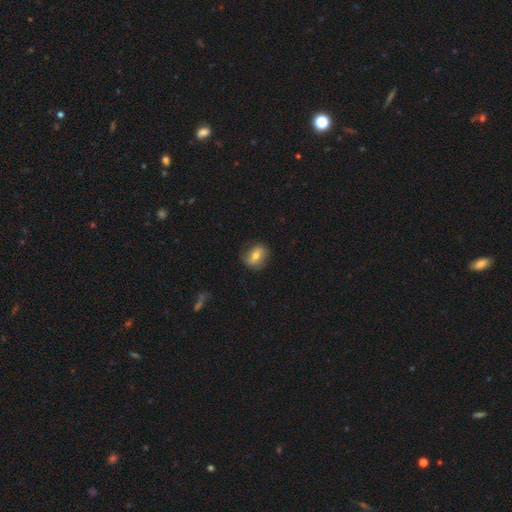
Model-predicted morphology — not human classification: Q: Smooth or featured?
A: smooth (65%); runner-up: featured or disk (27%)
Q: How rounded?
A: in between (50%); runner-up: round (48%)
Q: Merging?
A: none (79%); runner-up: minor disturbance (16%)